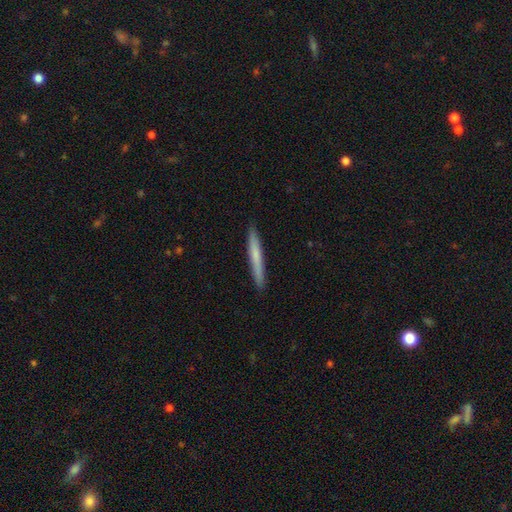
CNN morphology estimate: smooth_or_featured: smooth (p=0.64) [alt: featured or disk p=0.31]
how_rounded: cigar-shaped (p=0.97) [alt: in between p=0.02]
merging: none (p=0.91) [alt: minor disturbance p=0.06]